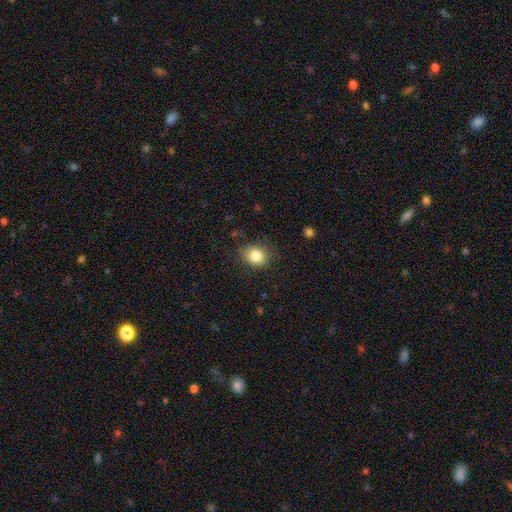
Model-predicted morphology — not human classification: The model was most divided on "how rounded": round: 56%, in between: 43%, cigar-shaped: 1%. More confident: smooth or featured — smooth (83%); merging — none (83%).